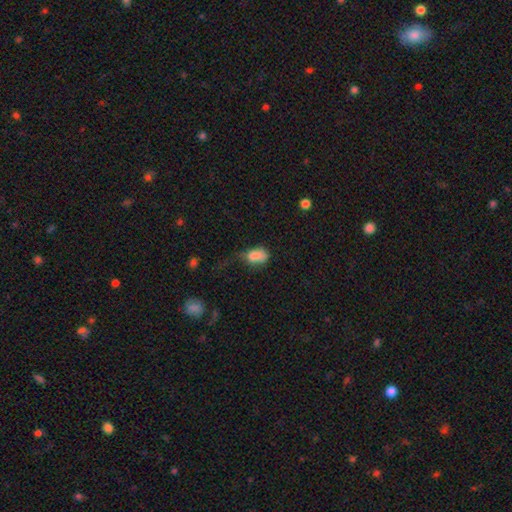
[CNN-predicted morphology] Smooth or featured: smooth — 81% (star or artifact — 9%)
How rounded: in between — 87% (round — 10%)
Merging: major disturbance — 36% (minor disturbance — 32%)